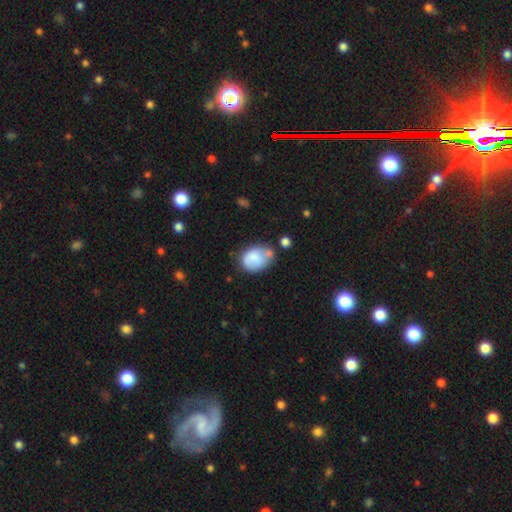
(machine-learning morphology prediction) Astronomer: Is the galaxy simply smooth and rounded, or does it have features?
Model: smooth — 76%.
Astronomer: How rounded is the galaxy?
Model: in between — 67%.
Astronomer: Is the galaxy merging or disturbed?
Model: none — 41% (runner-up: minor disturbance, 28%).